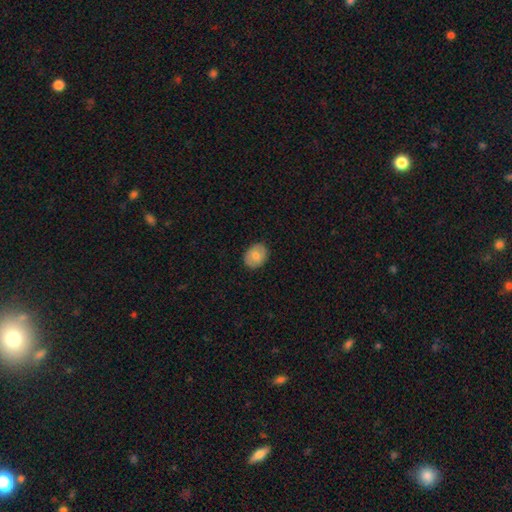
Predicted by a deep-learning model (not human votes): A smooth galaxy with no disk features (70%) that is in between round and cigar-shaped (54%). Merging: none (87%).